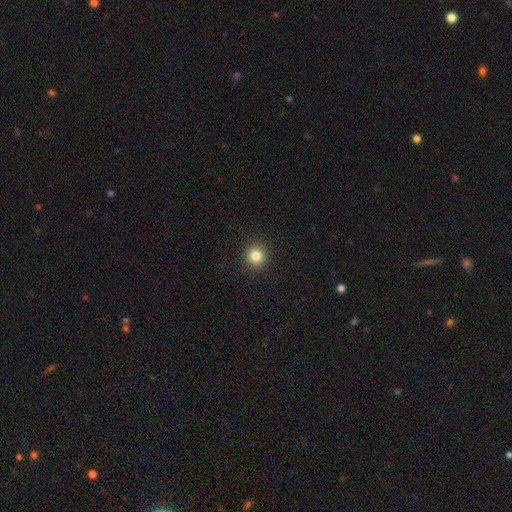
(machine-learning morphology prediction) This appears to be a smooth galaxy with no disk features (83%) that is round (93%). Merging: none (92%).